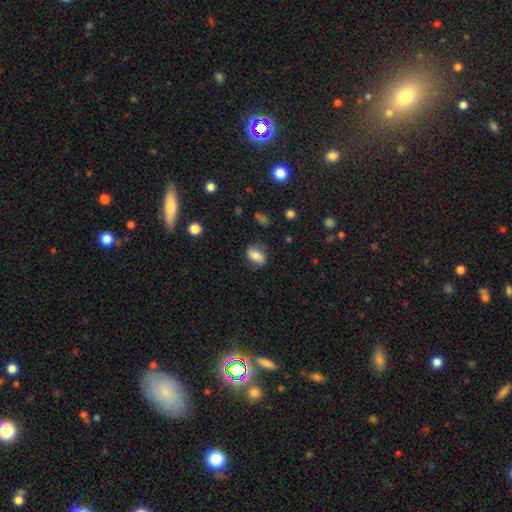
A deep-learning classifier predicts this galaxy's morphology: This is likely a smooth galaxy (72%). How rounded: likely in between (79%). Merging: likely none (71%).